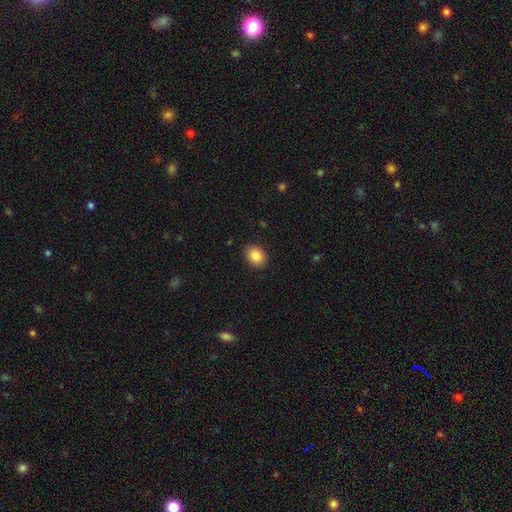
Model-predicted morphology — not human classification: This is clearly a smooth galaxy (87%). How rounded: possibly in between (58%). Merging: clearly none (88%).